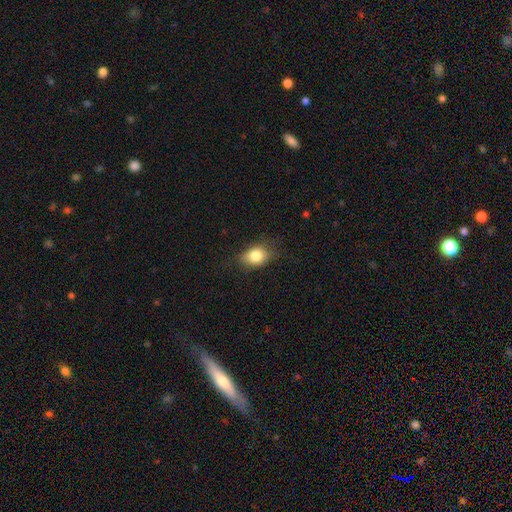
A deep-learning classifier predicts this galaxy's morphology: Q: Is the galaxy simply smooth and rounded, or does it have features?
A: smooth — 81%.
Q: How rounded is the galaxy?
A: in between — 71%.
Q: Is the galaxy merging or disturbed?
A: none — 74%.